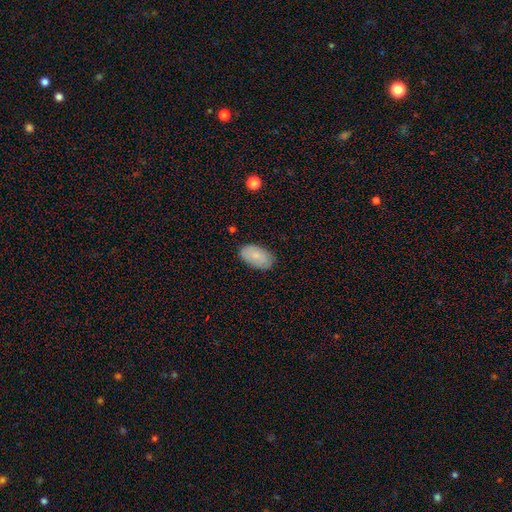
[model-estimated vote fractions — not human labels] A smooth galaxy with no disk features (78%) that is in between round and cigar-shaped (94%).

Vote fractions:
- Smooth or featured? smooth: 78% / featured or disk: 15% / star or artifact: 7%
- How rounded? in between: 94% / round: 4% / cigar-shaped: 2%
- Merging? none: 81% / minor disturbance: 15% / major disturbance: 3% / merger: 1%